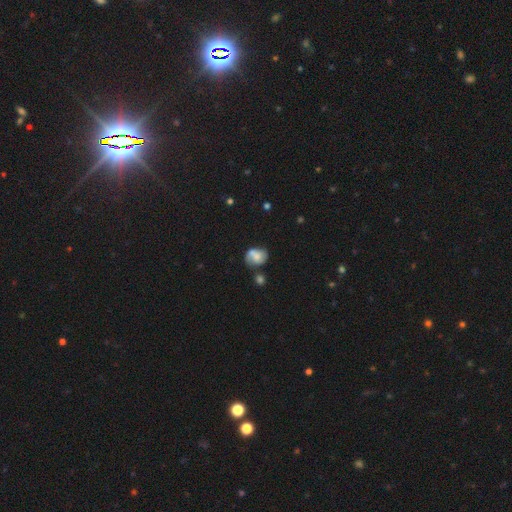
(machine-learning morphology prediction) Smooth or featured? Predicted: smooth (p=0.51). How rounded? Predicted: round (p=0.51). Merging? Predicted: none (p=0.41).